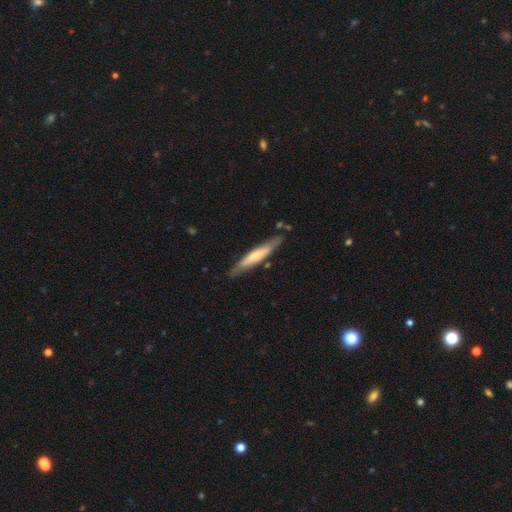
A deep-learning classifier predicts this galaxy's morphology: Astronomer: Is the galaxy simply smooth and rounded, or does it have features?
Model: featured or disk — 48% (runner-up: smooth, 47%).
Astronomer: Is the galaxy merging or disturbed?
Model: none — 80%.